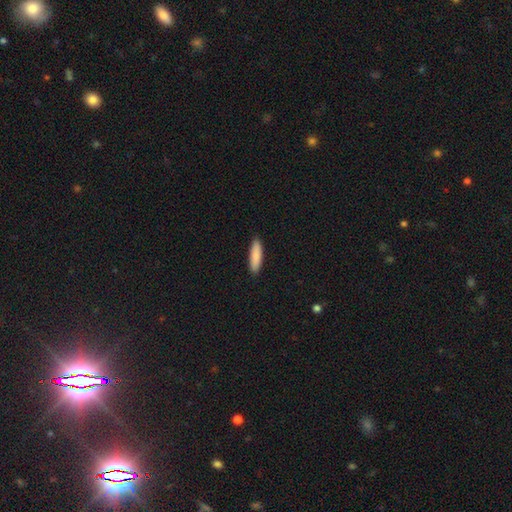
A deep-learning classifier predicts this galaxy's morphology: The model was most divided on "how rounded": cigar-shaped: 68%, in between: 31%, round: 1%. More confident: merging — none (90%); smooth or featured — smooth (88%).